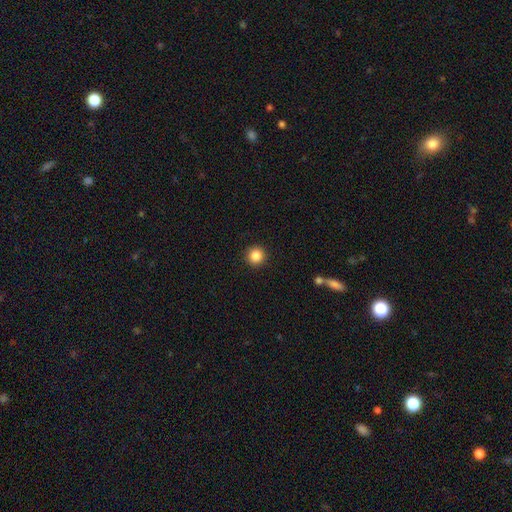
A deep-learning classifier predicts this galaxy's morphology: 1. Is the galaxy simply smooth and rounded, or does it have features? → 86% smooth, 10% star or artifact, 4% featured or disk.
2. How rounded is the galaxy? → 96% round, 3% in between, 1% cigar-shaped.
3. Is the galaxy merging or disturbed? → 93% none, 4% minor disturbance, 2% major disturbance, 1% merger.